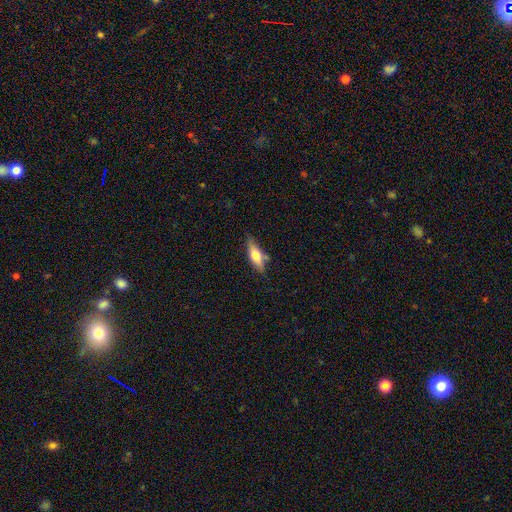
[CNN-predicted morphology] Smooth or featured? smooth (60%)
How rounded? in between (52%)
Merging? none (67%)